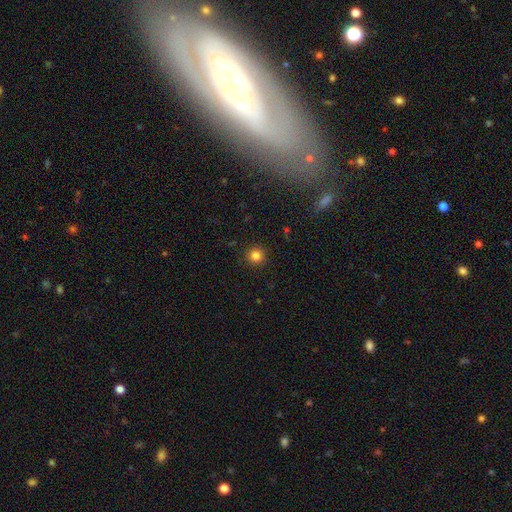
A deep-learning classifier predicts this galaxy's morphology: This appears to be a smooth galaxy with no disk features (83%) that is round (95%). Merging: none (92%).